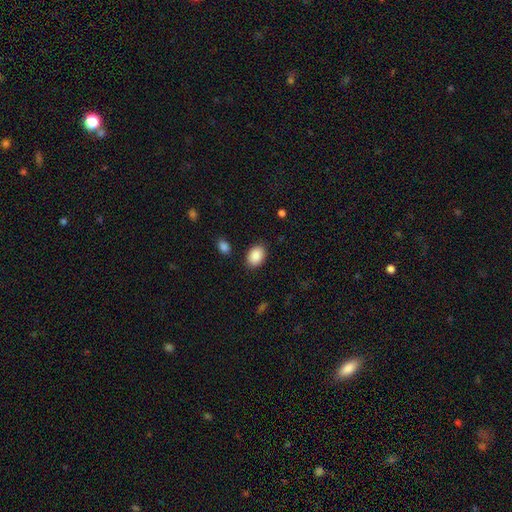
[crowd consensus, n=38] This appears to be a smooth galaxy with no disk features (87%) that is in between round and cigar-shaped (85%). Merging: none (94%).